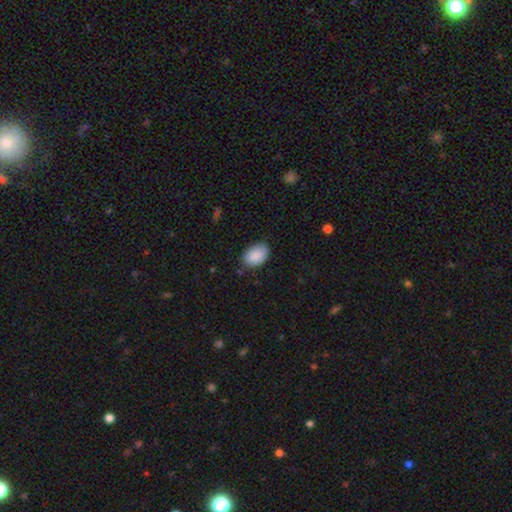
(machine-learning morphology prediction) Smooth or featured?
  - smooth: 89% *
  - star or artifact: 7%
  - featured or disk: 4%
How rounded?
  - in between: 87% *
  - round: 12%
  - cigar-shaped: 1%
Merging?
  - none: 77% *
  - minor disturbance: 18%
  - major disturbance: 3%
  - merger: 1%